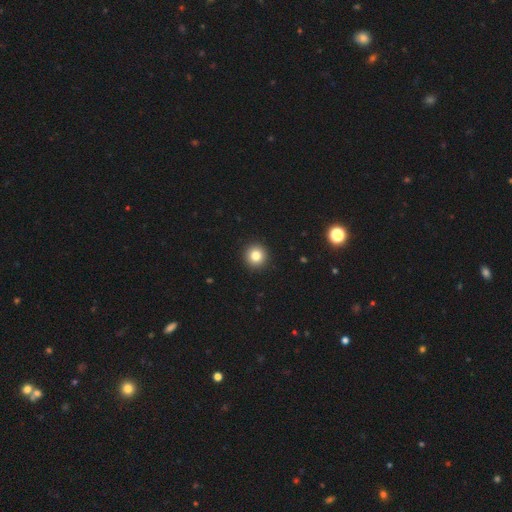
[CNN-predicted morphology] A smooth galaxy with no disk features (82%) that is round (95%). Merging: none (94%).